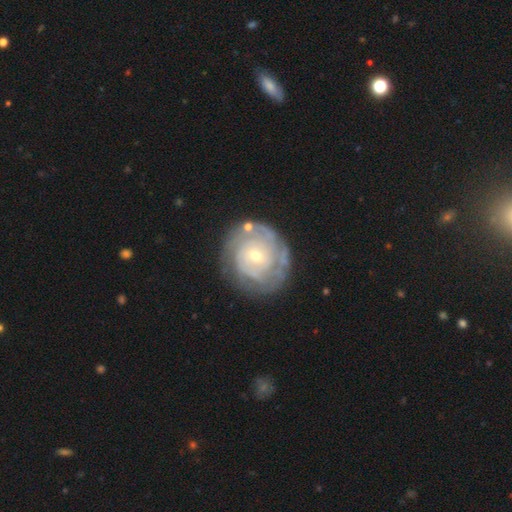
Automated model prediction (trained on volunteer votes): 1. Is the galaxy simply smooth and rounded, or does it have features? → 76% featured or disk, 18% smooth, 6% star or artifact.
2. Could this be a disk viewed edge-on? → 97% no, 3% yes.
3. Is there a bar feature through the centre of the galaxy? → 70% no, 25% weak, 5% strong.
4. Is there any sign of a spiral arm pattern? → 84% yes, 16% no.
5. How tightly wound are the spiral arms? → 74% tight, 19% medium, 6% loose.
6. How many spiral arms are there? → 49% can't tell, 20% 2, 13% 3, 8% 4, 6% 1, 5% more than 4.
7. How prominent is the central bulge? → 67% small, 29% moderate, 2% large, 1% none, 1% dominant.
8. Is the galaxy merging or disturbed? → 72% none, 17% minor disturbance, 8% major disturbance, 3% merger.